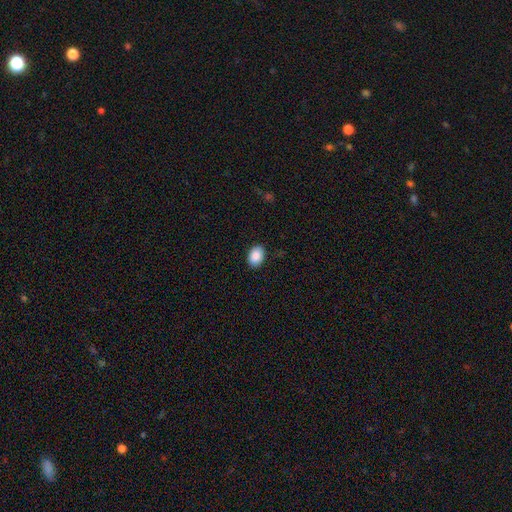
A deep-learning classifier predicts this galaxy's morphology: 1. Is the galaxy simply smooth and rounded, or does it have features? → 88% smooth, 7% star or artifact, 4% featured or disk.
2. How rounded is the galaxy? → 79% in between, 20% round, 1% cigar-shaped.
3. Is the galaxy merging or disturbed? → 89% none, 8% minor disturbance, 2% major disturbance, 1% merger.